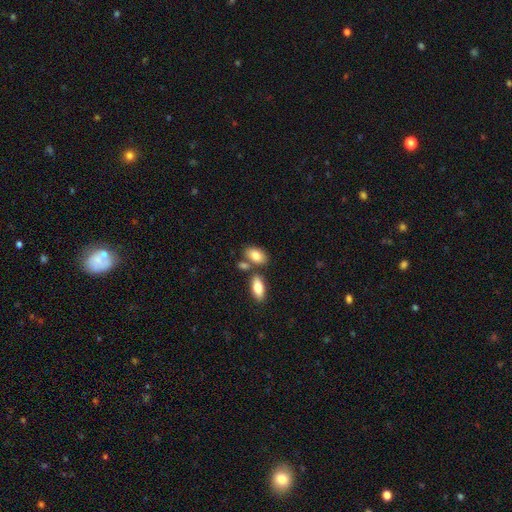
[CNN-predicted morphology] Smooth or featured? smooth (82%)
How rounded? in between (90%)
Merging? none (60%)